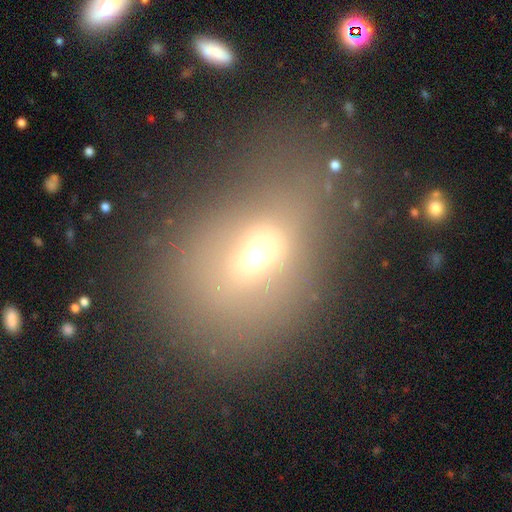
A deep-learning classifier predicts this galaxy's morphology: Overall: smooth (59%; featured or disk 21%). How rounded: in between (60%; round 38%). Merging: none (59%; minor disturbance 19%).